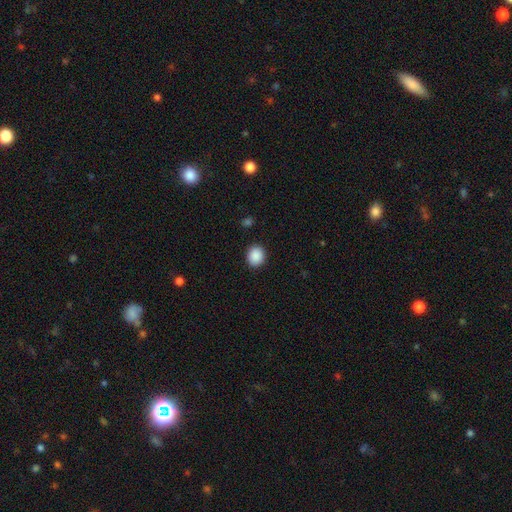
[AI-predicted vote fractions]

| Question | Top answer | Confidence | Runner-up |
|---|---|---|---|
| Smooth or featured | smooth | 89% | star or artifact (8%) |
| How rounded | round | 73% | in between (27%) |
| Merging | none | 91% | minor disturbance (6%) |